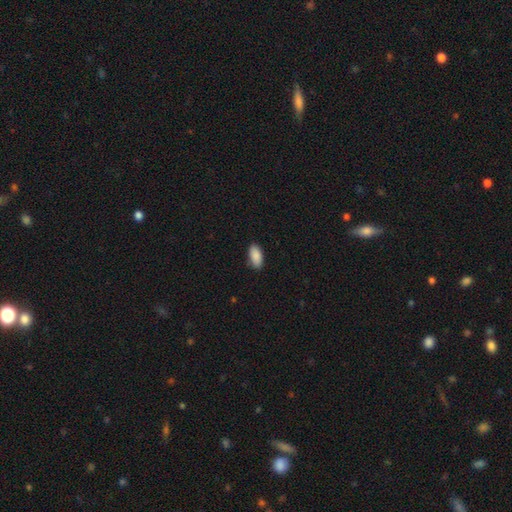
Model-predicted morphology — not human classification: type=smooth (89%); roundness=in between (93%); merging=none (87%).